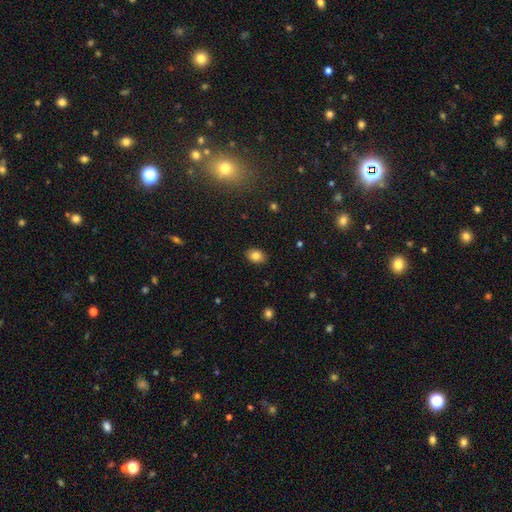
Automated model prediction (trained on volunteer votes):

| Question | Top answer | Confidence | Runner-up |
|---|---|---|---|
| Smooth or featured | smooth | 83% | star or artifact (10%) |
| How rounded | in between | 76% | round (23%) |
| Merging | none | 87% | minor disturbance (10%) |